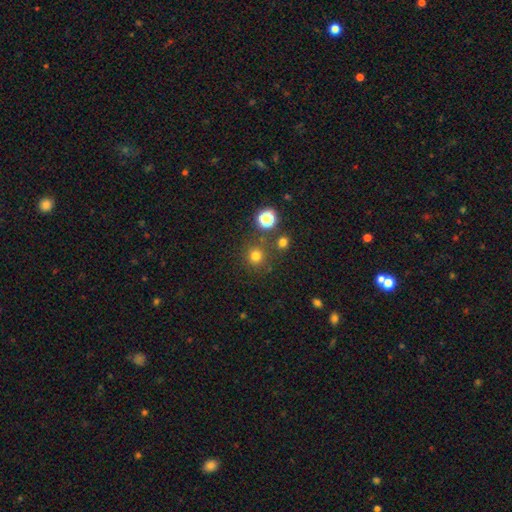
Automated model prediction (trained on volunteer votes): This is likely a smooth galaxy (75%). How rounded: clearly round (93%). Merging: clearly none (81%).